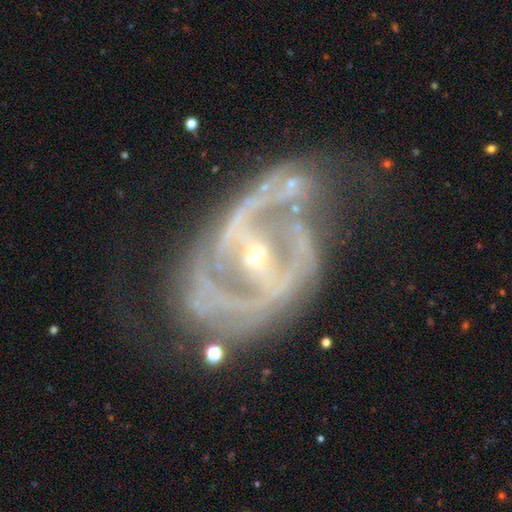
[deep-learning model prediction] A featured or disk galaxy (88%) with a strong bar (59%), 2 (62%) medium (44%) spiral arms (83%) and a small central bulge (65%).

Vote fractions:
- Smooth or featured? featured or disk: 88% / star or artifact: 7% / smooth: 5%
- Edge-on disk? no: 96% / yes: 4%
- Bar? strong: 59% / weak: 25% / no: 15%
- Spiral arms? yes: 83% / no: 17%
- Spiral winding? medium: 44% / tight: 36% / loose: 20%
- Spiral arm count? 2: 62% / can't tell: 18% / 3: 7% / 1: 7% / 4: 3% / more than 4: 3%
- Bulge size? small: 65% / moderate: 31% / large: 2% / none: 1% / dominant: 1%
- Merging? none: 38% / major disturbance: 31% / minor disturbance: 24% / merger: 7%